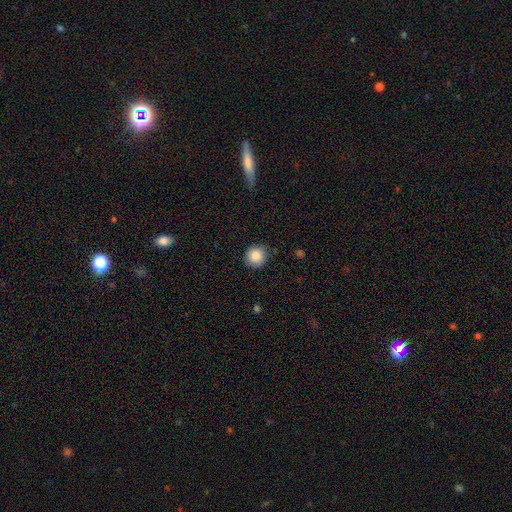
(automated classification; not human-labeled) Smooth or featured?
  - smooth: 86% *
  - star or artifact: 9%
  - featured or disk: 5%
How rounded?
  - round: 90% *
  - in between: 10%
  - cigar-shaped: 1%
Merging?
  - none: 86% *
  - minor disturbance: 10%
  - major disturbance: 2%
  - merger: 1%